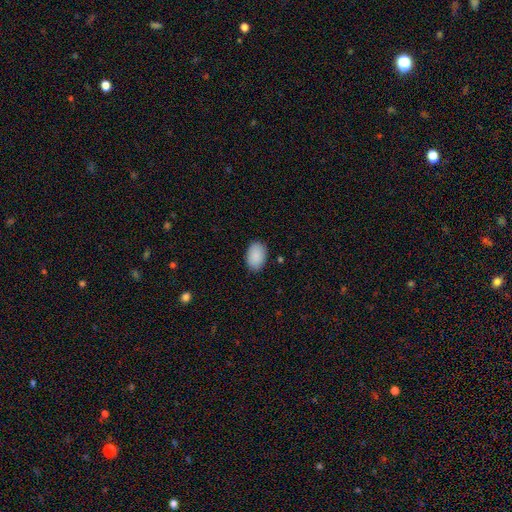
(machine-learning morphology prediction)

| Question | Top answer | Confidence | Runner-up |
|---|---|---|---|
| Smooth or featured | smooth | 90% | star or artifact (6%) |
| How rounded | in between | 87% | round (12%) |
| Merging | none | 86% | minor disturbance (11%) |